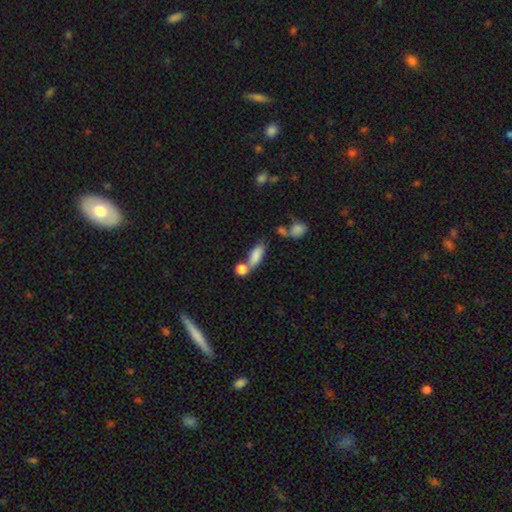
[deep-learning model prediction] Overall: smooth (82%). How rounded: in between (74%). Merging: none (49%; merger 33%).